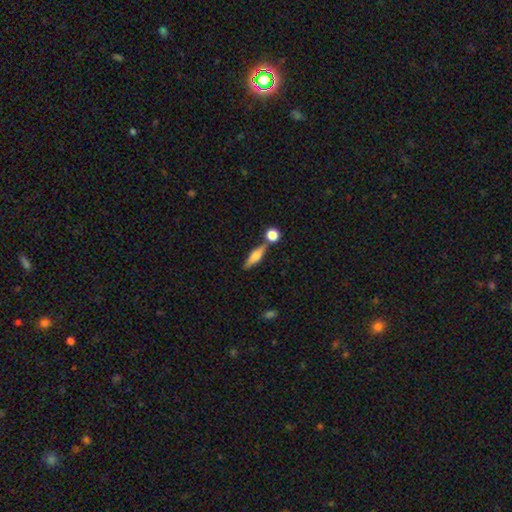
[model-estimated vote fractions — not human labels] Q: Smooth or featured?
A: smooth (49%); runner-up: featured or disk (43%)
Q: Merging?
A: none (70%); runner-up: merger (16%)